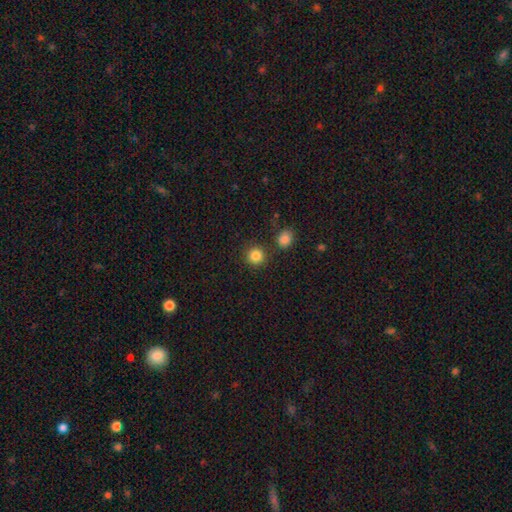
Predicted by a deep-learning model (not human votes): Smooth or featured? Predicted: smooth (p=0.85). How rounded? Predicted: round (p=0.92). Merging? Predicted: none (p=0.85).